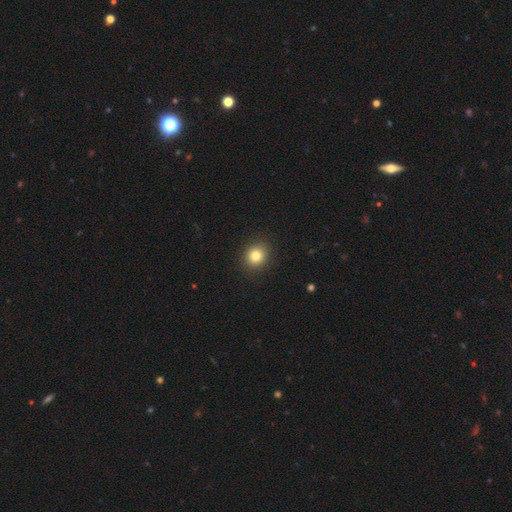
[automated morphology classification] Q: Smooth or featured?
A: smooth (82%); runner-up: star or artifact (11%)
Q: How rounded?
A: round (81%); runner-up: in between (18%)
Q: Merging?
A: none (91%); runner-up: minor disturbance (6%)